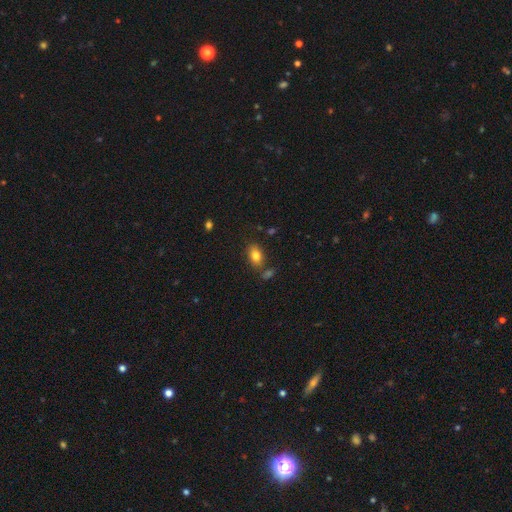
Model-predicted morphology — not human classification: smooth-or-featured: smooth: 81% | featured or disk: 9% | star or artifact: 9%
  how-rounded: in between: 84% | round: 14% | cigar-shaped: 2%
  merging: none: 74% | minor disturbance: 13% | merger: 10% | major disturbance: 3%